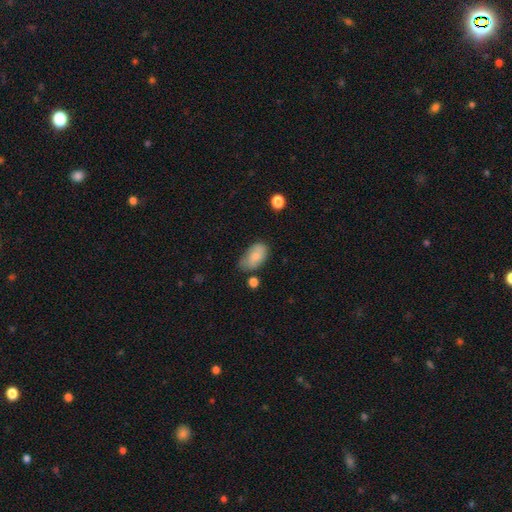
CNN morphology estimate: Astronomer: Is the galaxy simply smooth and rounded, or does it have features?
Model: smooth — 77%.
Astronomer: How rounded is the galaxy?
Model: in between — 92%.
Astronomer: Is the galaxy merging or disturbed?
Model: none — 55% (runner-up: minor disturbance, 32%).